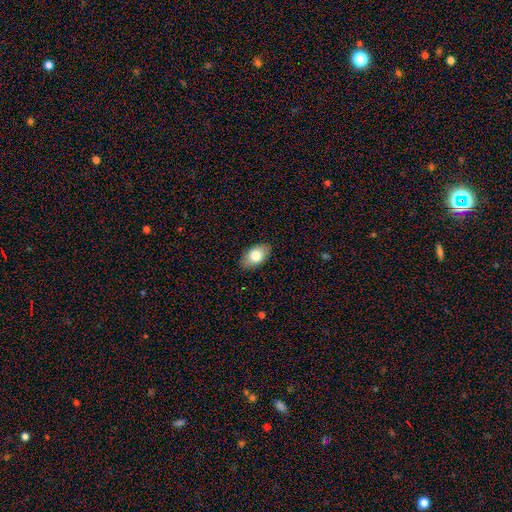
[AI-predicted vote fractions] smooth 79%, featured or disk 15%, star or artifact 7%. Down the decision tree: how rounded — in between (92%); merging — none (87%).